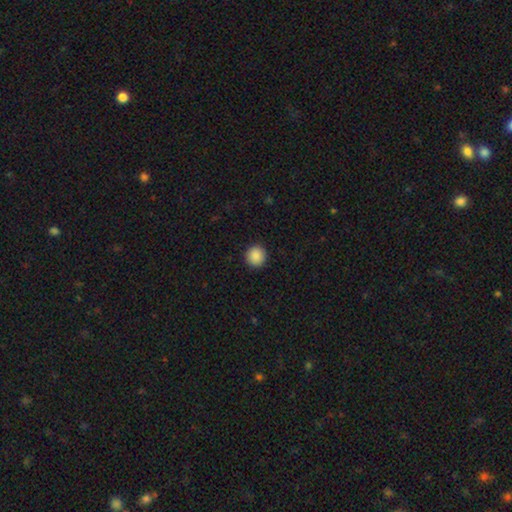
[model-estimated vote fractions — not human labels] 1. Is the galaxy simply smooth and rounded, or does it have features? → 89% smooth, 9% star or artifact, 3% featured or disk.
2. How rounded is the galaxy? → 94% round, 5% in between, 1% cigar-shaped.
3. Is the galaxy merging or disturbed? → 93% none, 5% minor disturbance, 2% major disturbance, 1% merger.